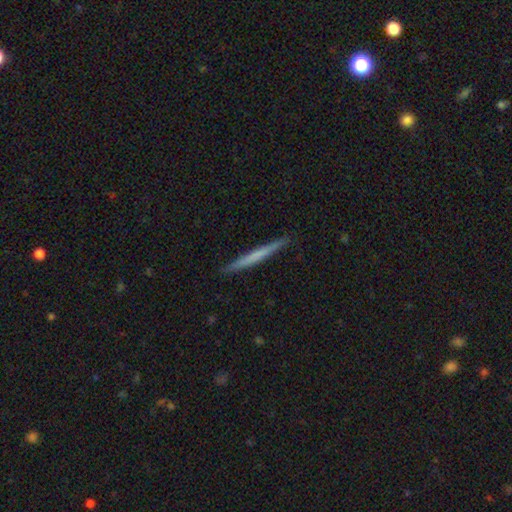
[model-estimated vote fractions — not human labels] Smooth or featured? Predicted: smooth (p=0.54). How rounded? Predicted: cigar-shaped (p=0.97). Merging? Predicted: none (p=0.91).